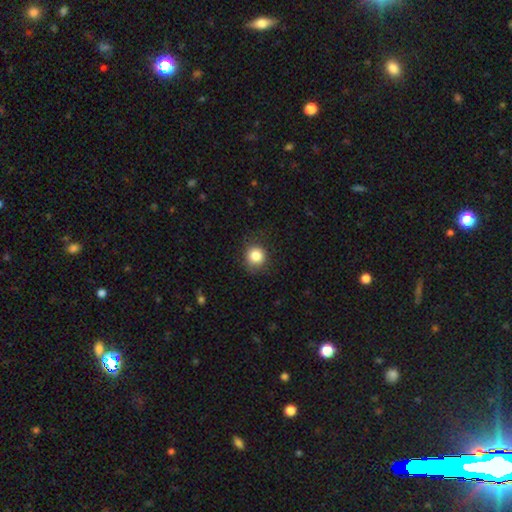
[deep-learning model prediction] Smooth or featured?
  - smooth: 84% *
  - star or artifact: 10%
  - featured or disk: 6%
How rounded?
  - round: 88% *
  - in between: 11%
  - cigar-shaped: 1%
Merging?
  - none: 81% *
  - minor disturbance: 14%
  - major disturbance: 4%
  - merger: 1%